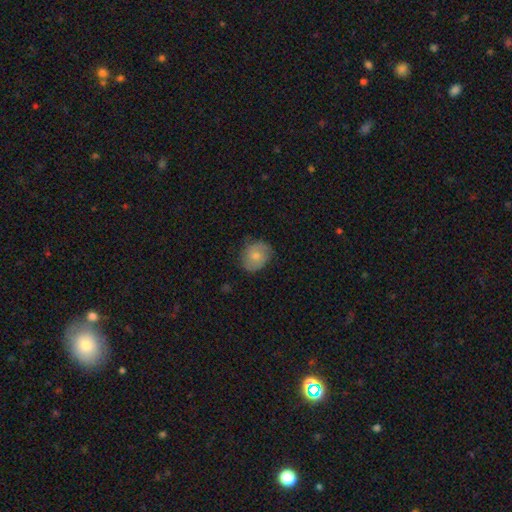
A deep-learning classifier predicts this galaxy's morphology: smooth-or-featured: smooth: 65% | featured or disk: 28% | star or artifact: 7%
  how-rounded: round: 59% | in between: 40% | cigar-shaped: 1%
  merging: none: 68% | minor disturbance: 25% | major disturbance: 6% | merger: 1%